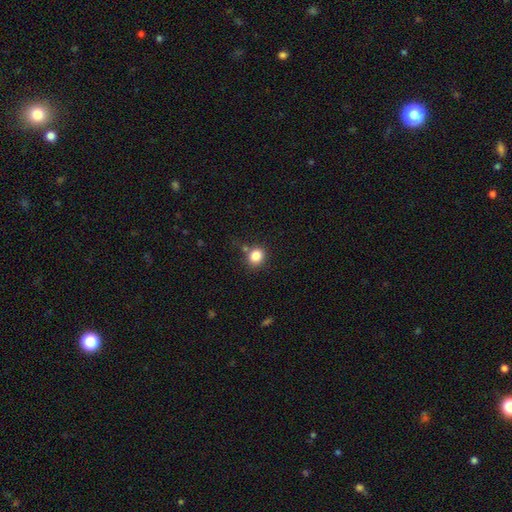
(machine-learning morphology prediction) smooth-or-featured: smooth: 83% | star or artifact: 11% | featured or disk: 6%
  how-rounded: round: 77% | in between: 22% | cigar-shaped: 1%
  merging: none: 75% | minor disturbance: 13% | merger: 9% | major disturbance: 4%